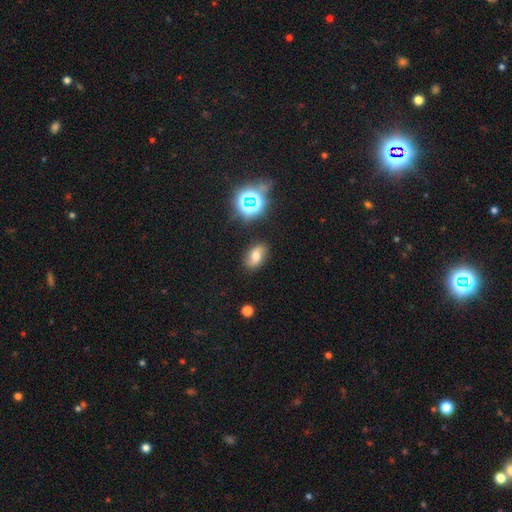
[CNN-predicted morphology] The model was most divided on "smooth or featured": smooth: 46%, featured or disk: 35%, star or artifact: 18%. More confident: merging — none (81%).